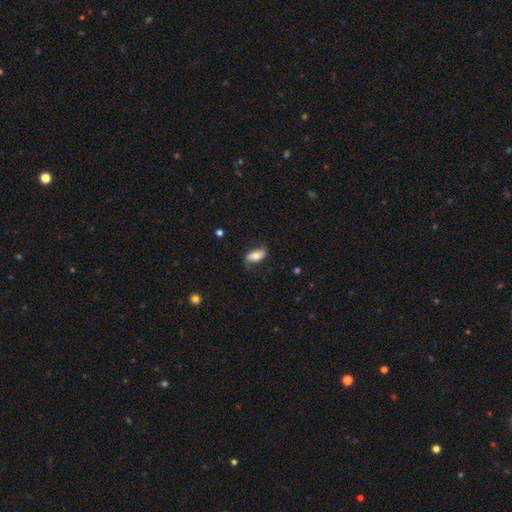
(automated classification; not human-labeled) Morphology: type=smooth (50%); roundness=in between (89%); merging=none (64%).